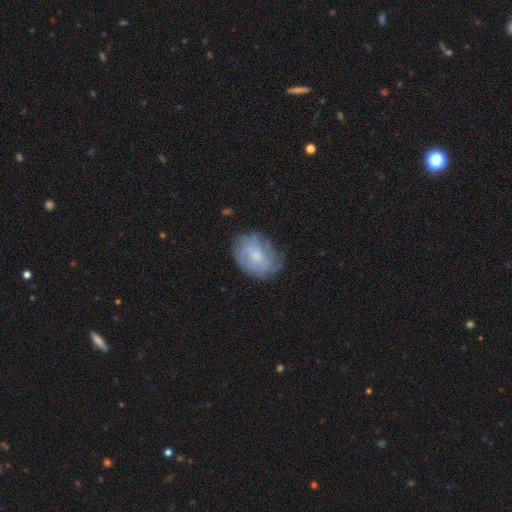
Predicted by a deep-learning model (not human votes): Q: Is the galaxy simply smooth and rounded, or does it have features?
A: featured or disk — 54%.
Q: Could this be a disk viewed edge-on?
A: no — 97%.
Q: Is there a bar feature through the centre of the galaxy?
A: no — 73%.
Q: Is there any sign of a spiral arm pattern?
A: yes — 71%.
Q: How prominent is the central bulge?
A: small — 51%.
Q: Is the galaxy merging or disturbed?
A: none — 67%.